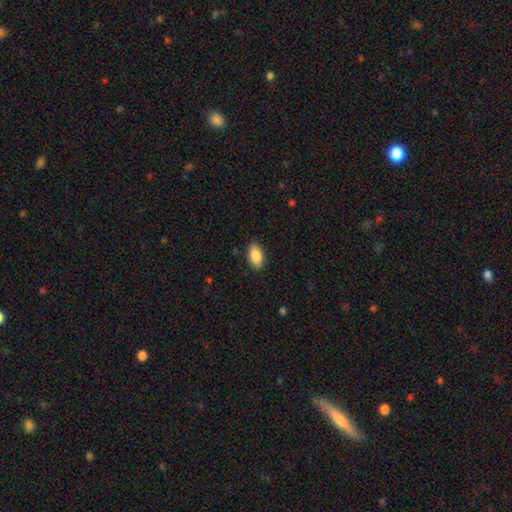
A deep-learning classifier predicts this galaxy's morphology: Q: Smooth or featured?
A: smooth (89%); runner-up: star or artifact (7%)
Q: How rounded?
A: in between (94%); runner-up: round (4%)
Q: Merging?
A: none (88%); runner-up: minor disturbance (9%)